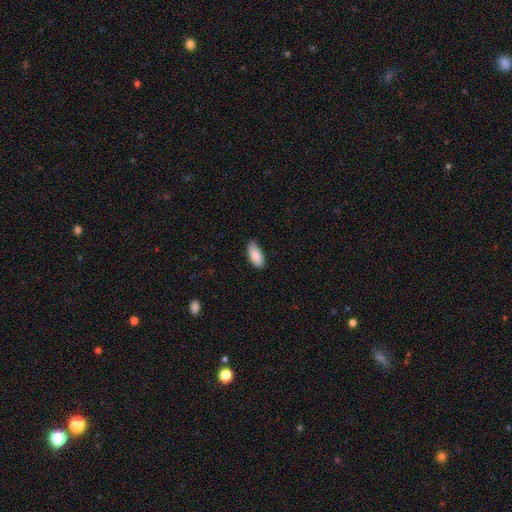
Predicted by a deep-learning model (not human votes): smooth-or-featured: smooth: 87% | featured or disk: 7% | star or artifact: 6%
  how-rounded: in between: 90% | cigar-shaped: 9% | round: 2%
  merging: none: 78% | minor disturbance: 19% | major disturbance: 2% | merger: 1%